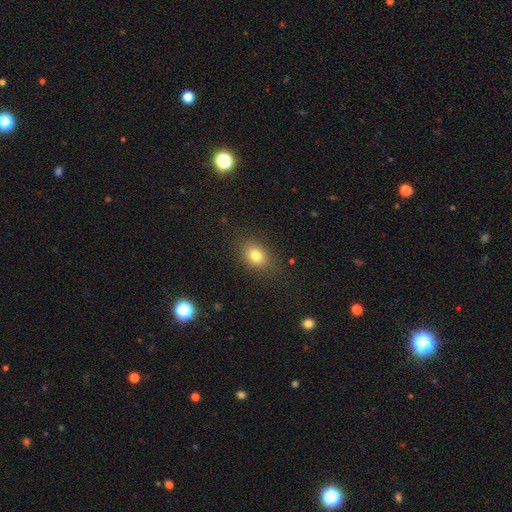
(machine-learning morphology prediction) type=smooth (79%); roundness=in between (61%); merging=none (82%).